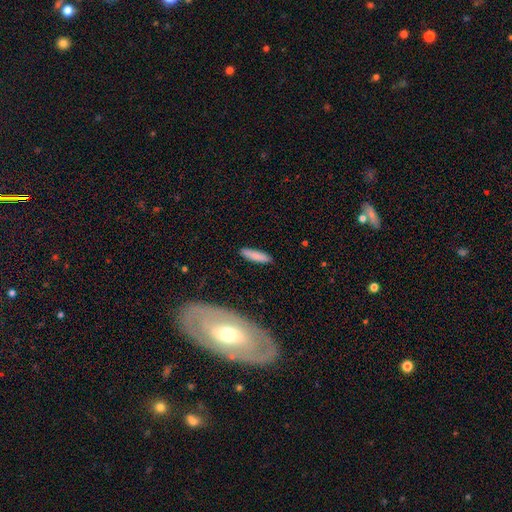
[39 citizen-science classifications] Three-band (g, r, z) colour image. It shows a smooth galaxy with no disk features (87%) that is cigar-shaped (56%). Merging: none (89%).